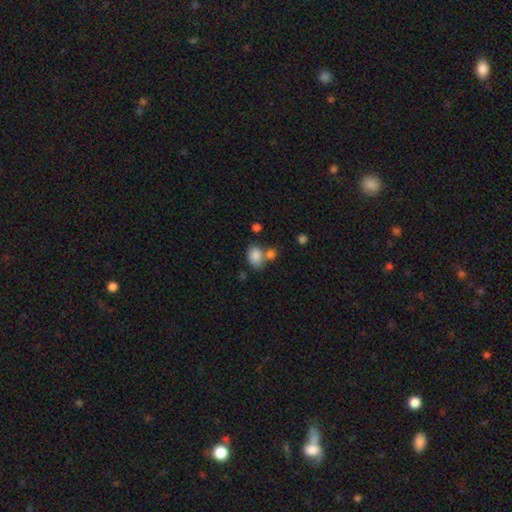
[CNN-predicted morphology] A smooth galaxy with no disk features (84%) that is in between round and cigar-shaped (74%).

Vote fractions:
- Smooth or featured? smooth: 84% / star or artifact: 9% / featured or disk: 7%
- How rounded? in between: 74% / round: 25% / cigar-shaped: 1%
- Merging? none: 47% / merger: 33% / minor disturbance: 14% / major disturbance: 6%